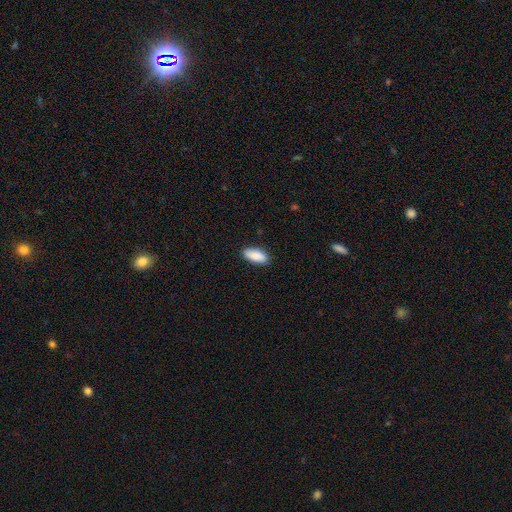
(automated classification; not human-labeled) Smooth or featured?
  - smooth: 89% *
  - star or artifact: 6%
  - featured or disk: 5%
How rounded?
  - in between: 85% *
  - cigar-shaped: 14%
  - round: 2%
Merging?
  - none: 88% *
  - minor disturbance: 9%
  - major disturbance: 2%
  - merger: 1%